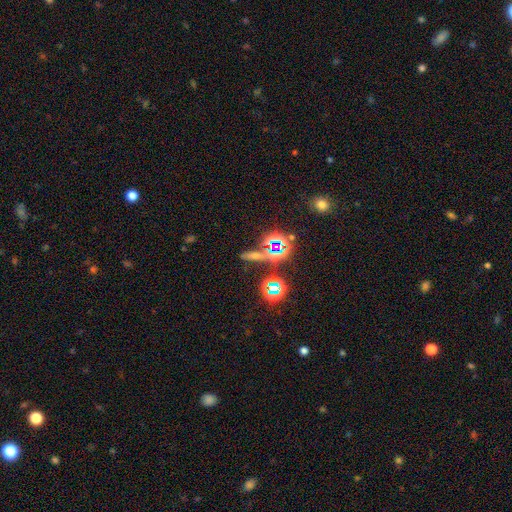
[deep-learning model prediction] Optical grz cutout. It shows a star or artifact, not a galaxy (59%).